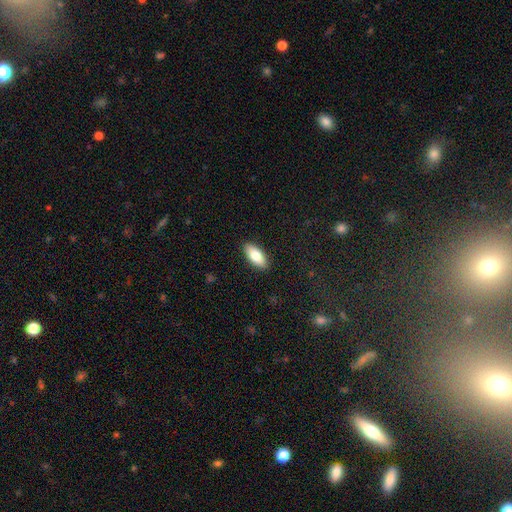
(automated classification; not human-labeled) smooth-or-featured: smooth: 83% | featured or disk: 11% | star or artifact: 6%
  how-rounded: in between: 86% | cigar-shaped: 12% | round: 2%
  merging: none: 90% | minor disturbance: 8% | major disturbance: 2% | merger: 1%